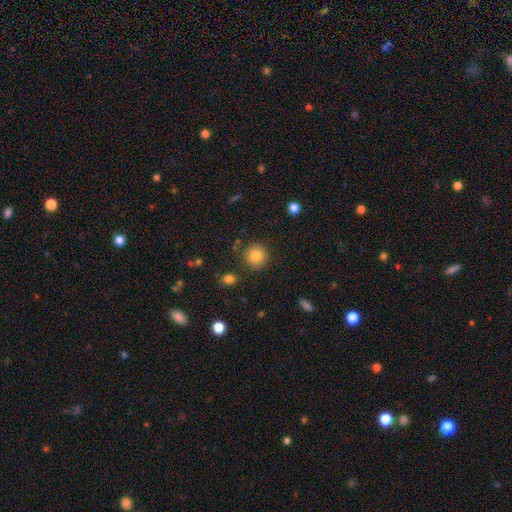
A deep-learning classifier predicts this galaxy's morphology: This appears to be a smooth galaxy with no disk features (82%) that is round (93%). Merging: none (87%).